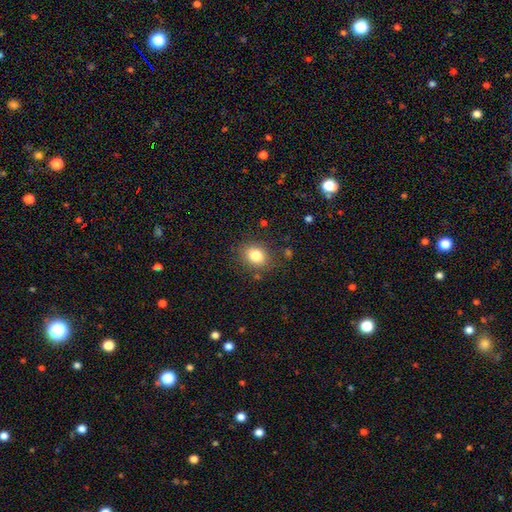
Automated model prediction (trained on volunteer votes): smooth 83%, star or artifact 10%, featured or disk 7%. Down the decision tree: how rounded — round (52%); merging — none (83%).